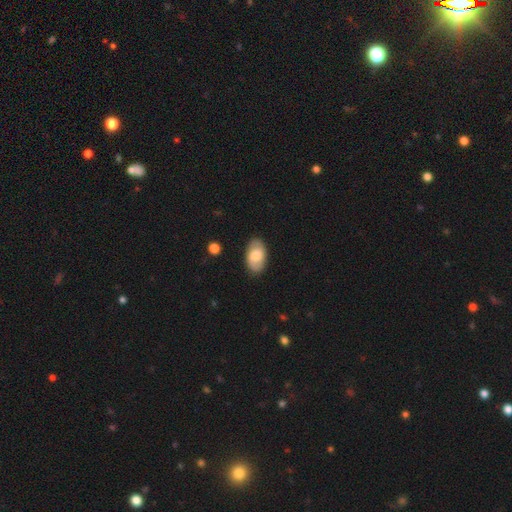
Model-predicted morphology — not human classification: This appears to be a smooth galaxy with no disk features (67%) that is in between round and cigar-shaped (94%). Merging: none (85%).